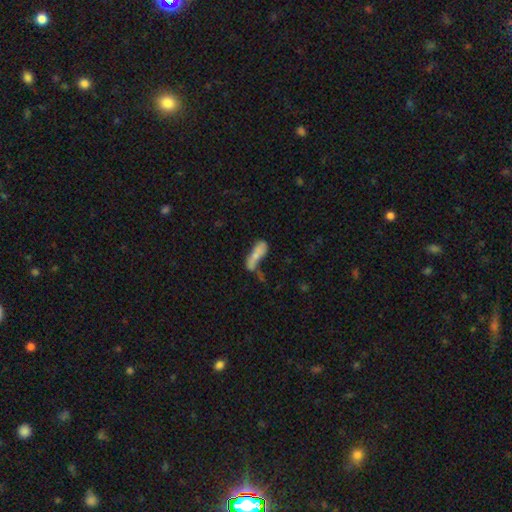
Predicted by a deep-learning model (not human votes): This is likely a smooth galaxy (65%). How rounded: possibly in between (51%). Merging: marginally merger (35%).